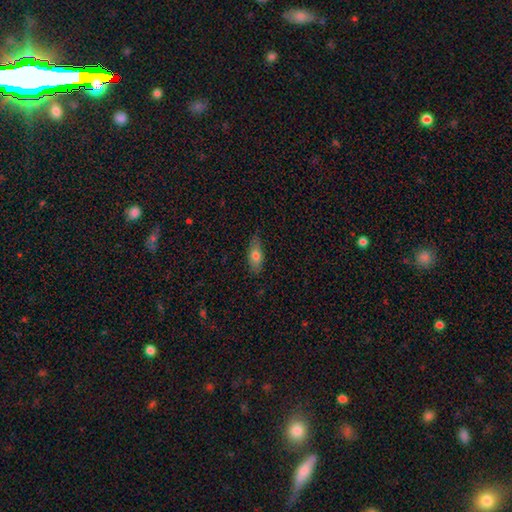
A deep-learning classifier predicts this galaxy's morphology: This is likely a smooth galaxy (72%). How rounded: likely in between (76%). Merging: likely none (80%).